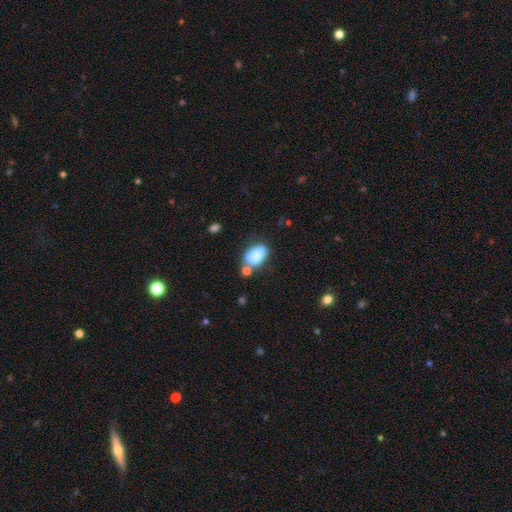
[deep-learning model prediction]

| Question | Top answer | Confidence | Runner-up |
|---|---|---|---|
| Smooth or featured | smooth | 79% | featured or disk (12%) |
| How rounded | in between | 89% | round (7%) |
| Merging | none | 46% | merger (26%) |